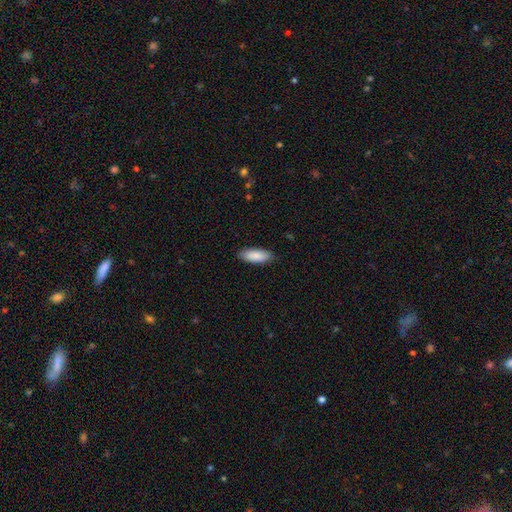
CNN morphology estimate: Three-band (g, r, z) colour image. It shows a smooth galaxy with no disk features (88%) that is in between round and cigar-shaped (74%). Merging: none (87%).